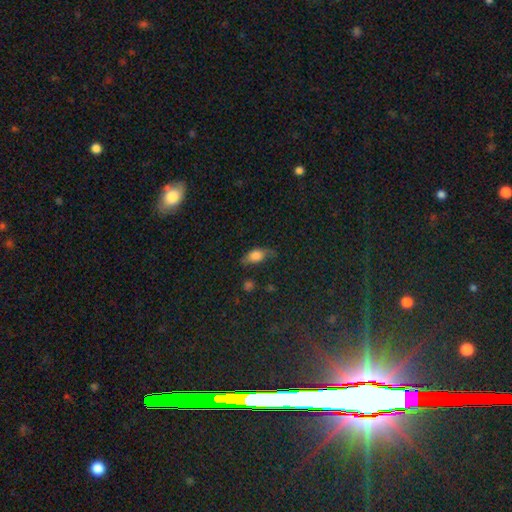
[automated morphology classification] type=smooth (75%); roundness=in between (83%); merging=none (55%).